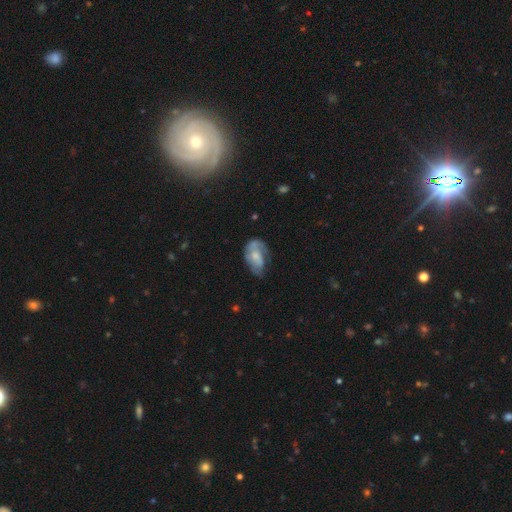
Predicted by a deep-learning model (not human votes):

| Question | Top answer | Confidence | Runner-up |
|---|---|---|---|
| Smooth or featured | featured or disk | 59% | smooth (34%) |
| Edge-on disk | no | 96% | yes (4%) |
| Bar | no | 68% | weak (27%) |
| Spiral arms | yes | 73% | no (27%) |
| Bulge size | small | 47% | moderate (38%) |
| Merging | none | 43% | minor disturbance (30%) |